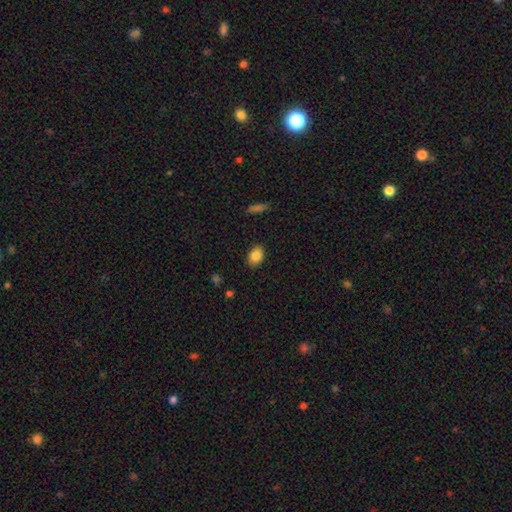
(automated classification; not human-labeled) smooth 85%, star or artifact 8%, featured or disk 7%. Down the decision tree: how rounded — in between (77%); merging — none (87%).